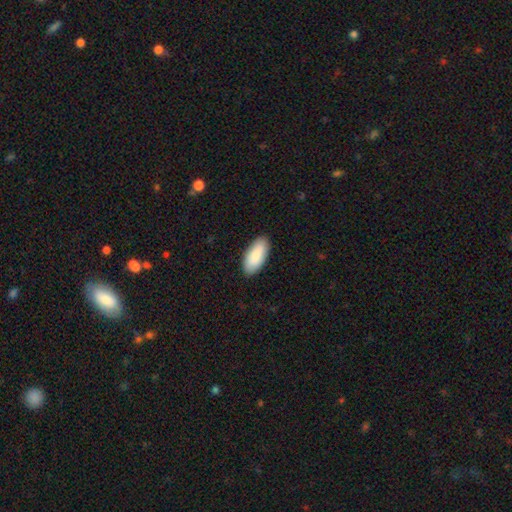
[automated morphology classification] This appears to be a smooth galaxy with no disk features (86%) that is in between round and cigar-shaped (90%). Merging: none (89%).